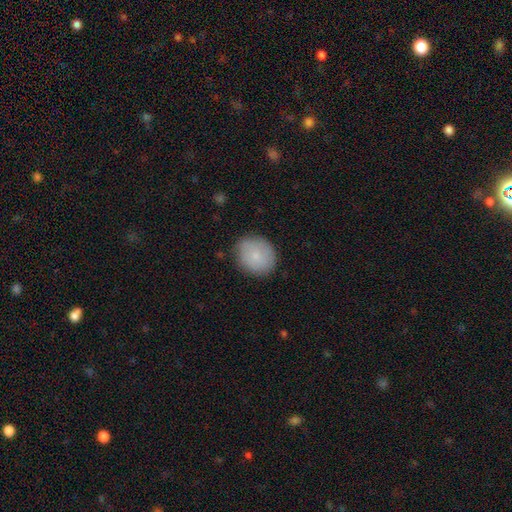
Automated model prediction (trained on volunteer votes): Smooth or featured? Predicted: smooth (p=0.80). How rounded? Predicted: round (p=0.75). Merging? Predicted: none (p=0.82).